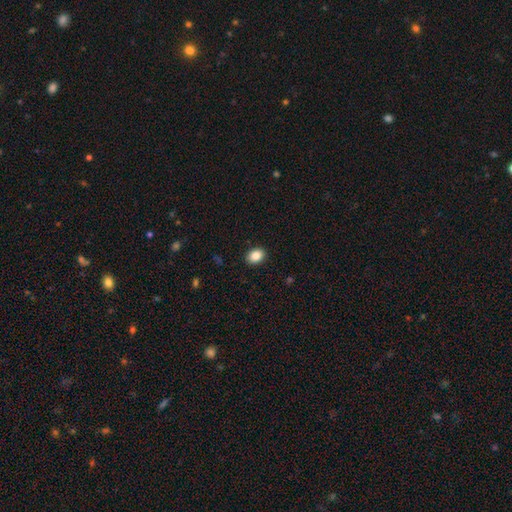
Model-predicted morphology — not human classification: A smooth galaxy with no disk features (86%) that is in between round and cigar-shaped (70%).

Vote fractions:
- Smooth or featured? smooth: 86% / star or artifact: 8% / featured or disk: 5%
- How rounded? in between: 70% / round: 30% / cigar-shaped: 1%
- Merging? none: 91% / minor disturbance: 6% / major disturbance: 2% / merger: 1%